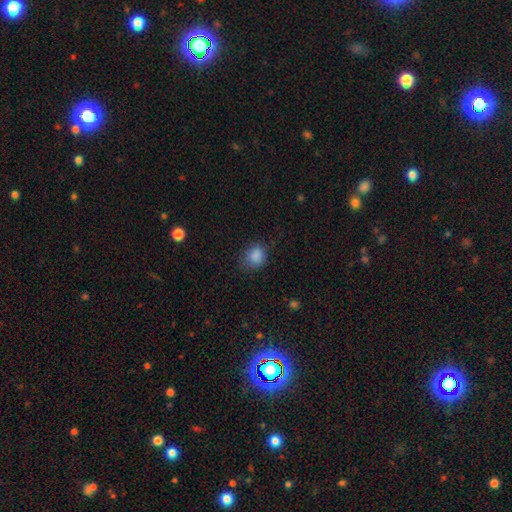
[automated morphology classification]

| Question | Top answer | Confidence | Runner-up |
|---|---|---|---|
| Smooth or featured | smooth | 85% | star or artifact (10%) |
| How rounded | round | 69% | in between (30%) |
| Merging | none | 70% | minor disturbance (22%) |